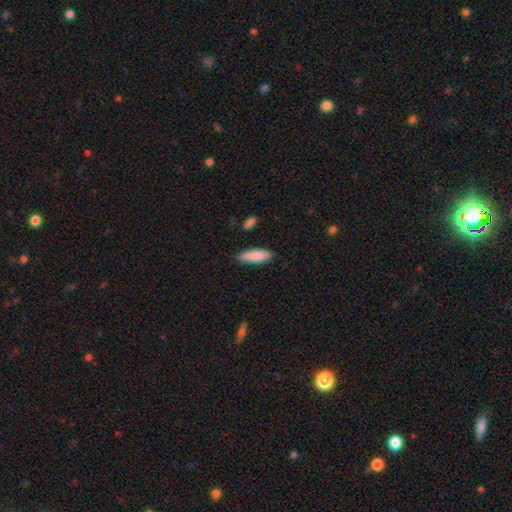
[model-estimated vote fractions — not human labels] A smooth galaxy with no disk features (88%) that is in between round and cigar-shaped (51%).

Vote fractions:
- Smooth or featured? smooth: 88% / featured or disk: 6% / star or artifact: 6%
- How rounded? in between: 51% / cigar-shaped: 48% / round: 1%
- Merging? none: 85% / minor disturbance: 12% / major disturbance: 2% / merger: 2%